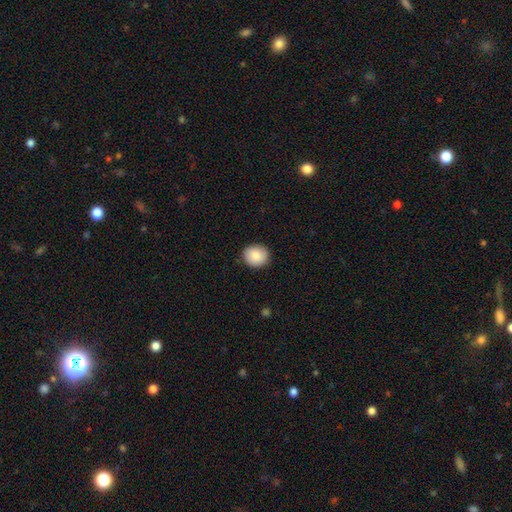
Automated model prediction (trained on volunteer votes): Smooth or featured?
  - smooth: 85% *
  - star or artifact: 7%
  - featured or disk: 7%
How rounded?
  - round: 76% *
  - in between: 24%
  - cigar-shaped: 1%
Merging?
  - none: 89% *
  - minor disturbance: 8%
  - major disturbance: 2%
  - merger: 1%